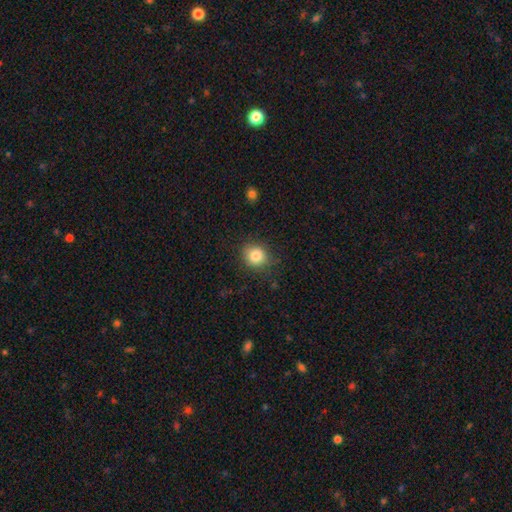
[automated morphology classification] smooth 83%, star or artifact 10%, featured or disk 6%. Down the decision tree: how rounded — round (81%); merging — none (81%).